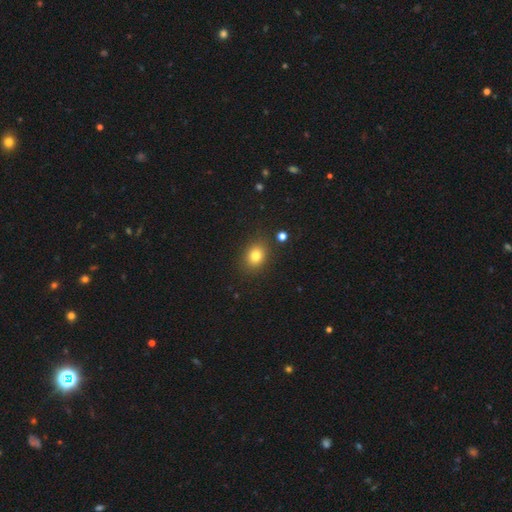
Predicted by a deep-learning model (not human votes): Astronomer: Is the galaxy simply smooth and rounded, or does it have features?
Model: smooth — 80%.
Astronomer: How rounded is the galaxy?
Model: round — 52% (runner-up: in between, 47%).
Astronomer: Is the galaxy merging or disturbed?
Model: none — 84%.